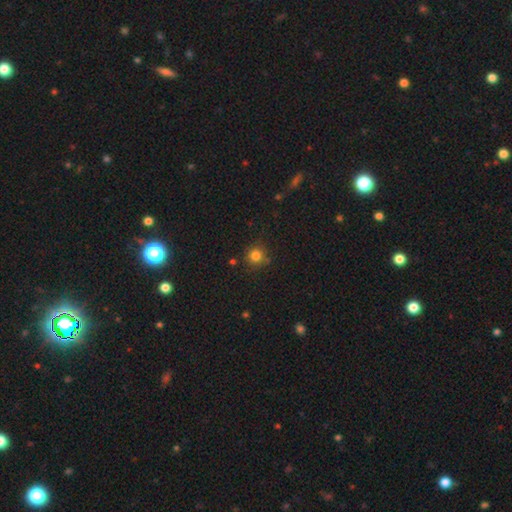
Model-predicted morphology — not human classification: smooth 81%, star or artifact 14%, featured or disk 5%. Down the decision tree: how rounded — round (92%); merging — none (82%).